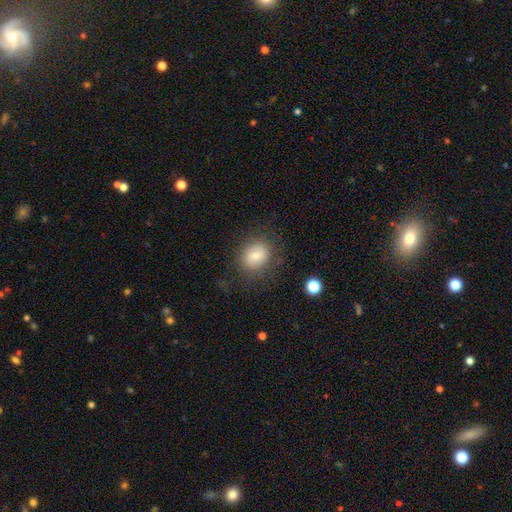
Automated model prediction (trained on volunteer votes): smooth-or-featured: smooth: 76% | featured or disk: 15% | star or artifact: 10%
  how-rounded: round: 61% | in between: 38% | cigar-shaped: 1%
  merging: none: 72% | minor disturbance: 17% | major disturbance: 9% | merger: 2%